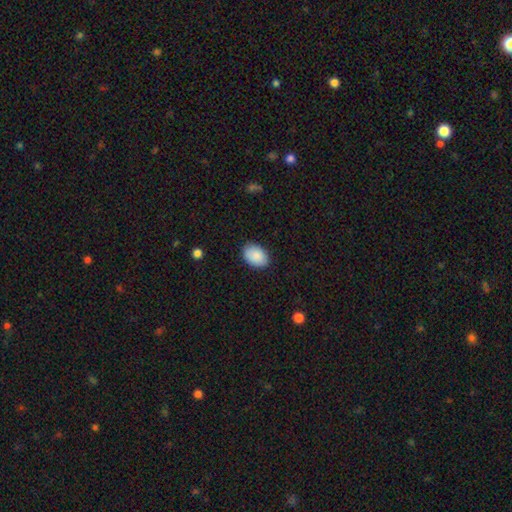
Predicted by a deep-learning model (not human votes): smooth-or-featured: smooth: 90% | star or artifact: 6% | featured or disk: 4%
  how-rounded: in between: 87% | round: 12% | cigar-shaped: 1%
  merging: none: 87% | minor disturbance: 9% | major disturbance: 2% | merger: 1%